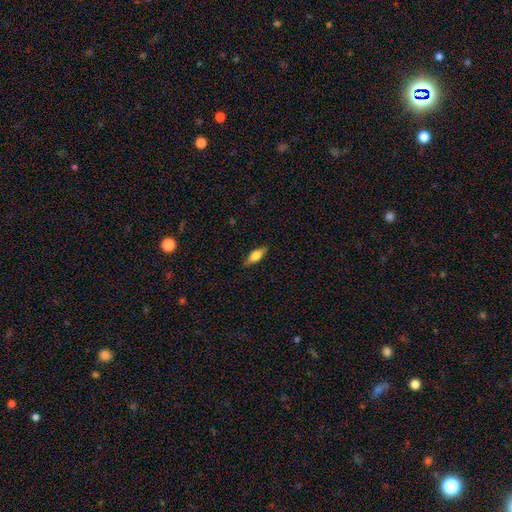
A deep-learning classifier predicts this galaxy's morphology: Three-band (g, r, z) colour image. It shows a smooth galaxy with no disk features (67%) that is in between round and cigar-shaped (70%). Merging: none (86%).